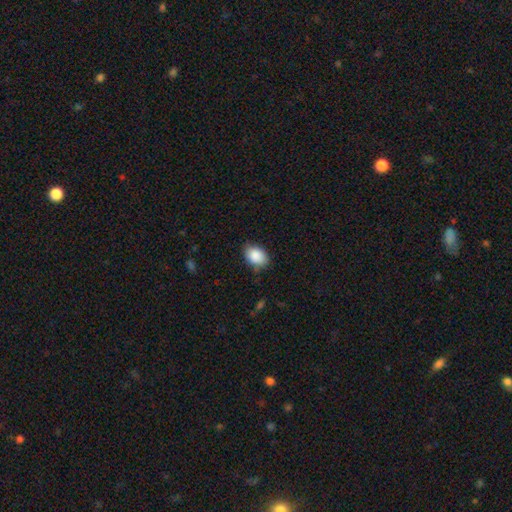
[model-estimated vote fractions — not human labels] smooth_or_featured: smooth (p=0.88) [alt: star or artifact p=0.07]
how_rounded: in between (p=0.81) [alt: round p=0.18]
merging: none (p=0.76) [alt: minor disturbance p=0.19]